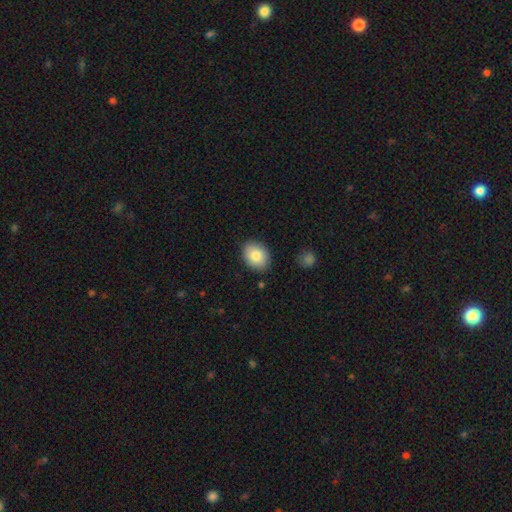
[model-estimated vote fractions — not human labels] smooth-or-featured: smooth: 82% | featured or disk: 10% | star or artifact: 7%
  how-rounded: in between: 67% | round: 32% | cigar-shaped: 1%
  merging: none: 86% | minor disturbance: 10% | major disturbance: 2% | merger: 2%